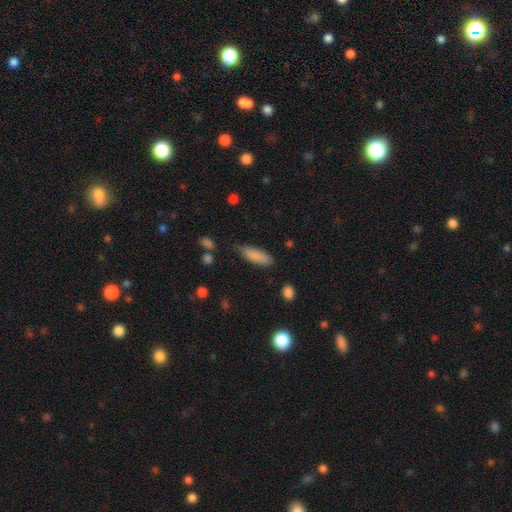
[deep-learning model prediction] Smooth or featured?
  - smooth: 85% *
  - featured or disk: 8%
  - star or artifact: 7%
How rounded?
  - in between: 54% *
  - cigar-shaped: 44%
  - round: 2%
Merging?
  - none: 68% *
  - minor disturbance: 24%
  - major disturbance: 5%
  - merger: 3%